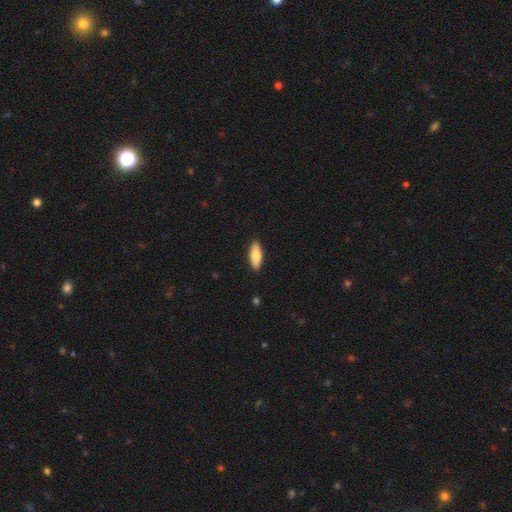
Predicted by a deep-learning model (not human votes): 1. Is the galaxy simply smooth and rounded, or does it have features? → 83% smooth, 12% featured or disk, 6% star or artifact.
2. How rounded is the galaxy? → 66% in between, 32% cigar-shaped, 2% round.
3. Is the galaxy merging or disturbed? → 90% none, 8% minor disturbance, 2% major disturbance, 1% merger.